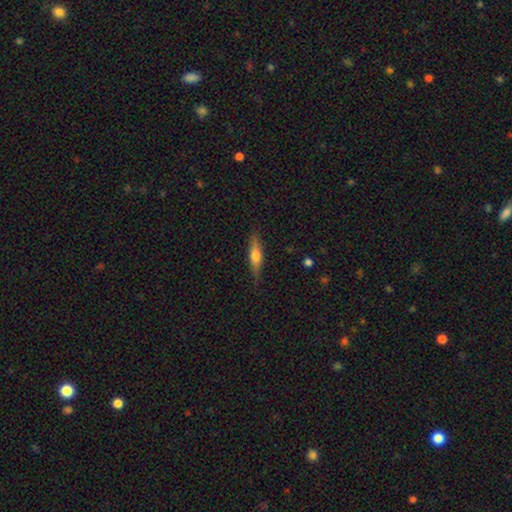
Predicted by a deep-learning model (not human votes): Smooth or featured?
  - featured or disk: 47% *
  - smooth: 46%
  - star or artifact: 7%
Merging?
  - none: 82% *
  - minor disturbance: 14%
  - major disturbance: 3%
  - merger: 1%